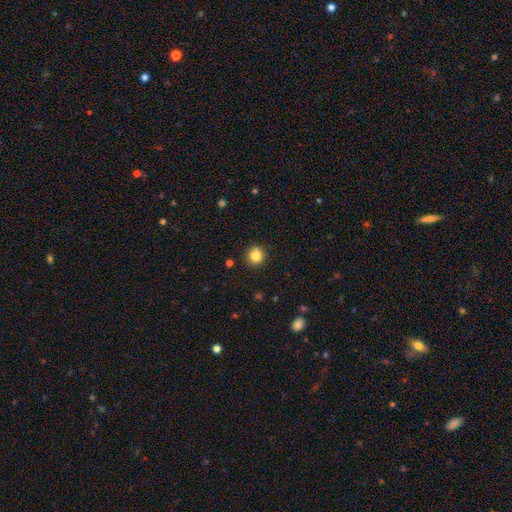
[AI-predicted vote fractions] This appears to be a smooth galaxy with no disk features (83%) that is round (90%). Merging: none (89%).